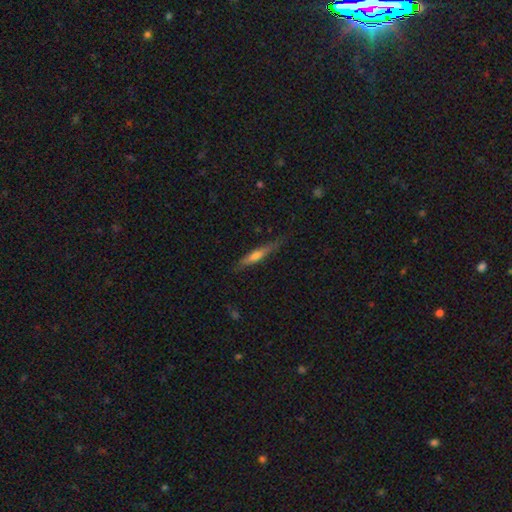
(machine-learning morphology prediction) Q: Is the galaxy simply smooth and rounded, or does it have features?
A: smooth — 47%.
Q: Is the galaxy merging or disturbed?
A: none — 80%.